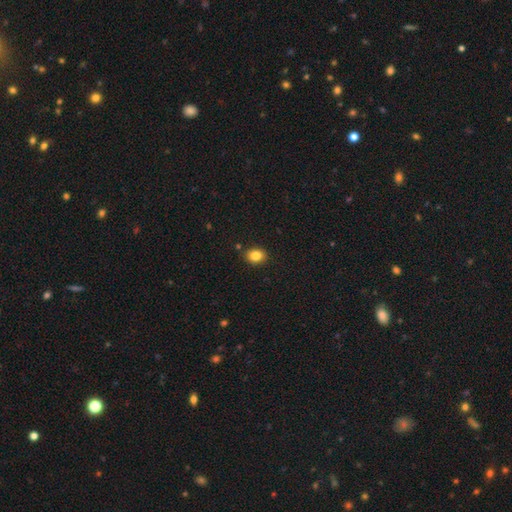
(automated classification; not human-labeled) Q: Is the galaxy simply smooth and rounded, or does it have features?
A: smooth — 84%.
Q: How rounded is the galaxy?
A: in between — 55%.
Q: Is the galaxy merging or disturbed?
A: none — 87%.